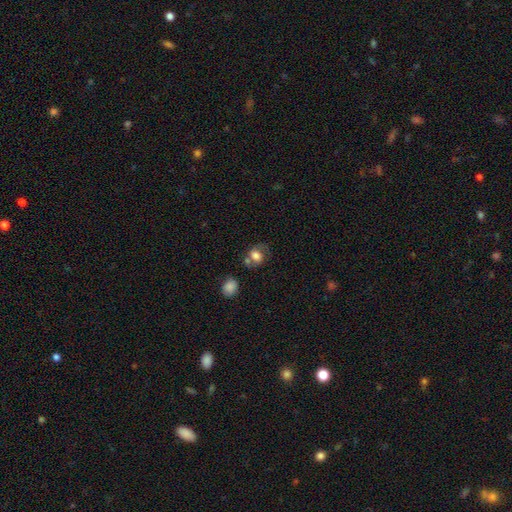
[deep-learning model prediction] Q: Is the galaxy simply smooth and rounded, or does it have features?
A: smooth — 67%.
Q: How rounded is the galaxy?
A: in between — 51%.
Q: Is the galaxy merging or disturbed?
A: none — 45%.